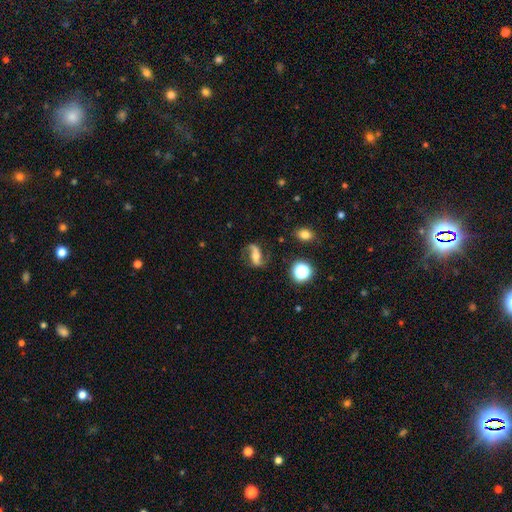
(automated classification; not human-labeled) This appears to be a featured or disk galaxy (78%) with a strong bar (38%), 2 (91%) loose (66%) spiral arms (95%) and a moderate central bulge (47%). Merging: none (76%).